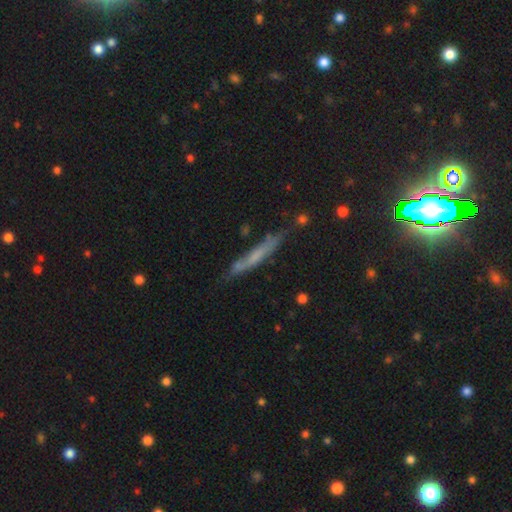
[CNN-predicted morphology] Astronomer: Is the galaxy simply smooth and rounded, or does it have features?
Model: featured or disk — 45%, tied with smooth at 45%.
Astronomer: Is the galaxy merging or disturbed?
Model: none — 75%.